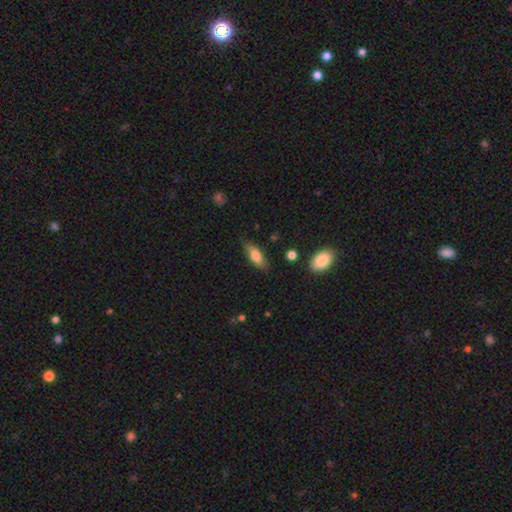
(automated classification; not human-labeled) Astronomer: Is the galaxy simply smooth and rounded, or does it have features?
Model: smooth — 76%.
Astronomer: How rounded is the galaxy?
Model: in between — 71%.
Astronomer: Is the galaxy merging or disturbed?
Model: none — 77%.